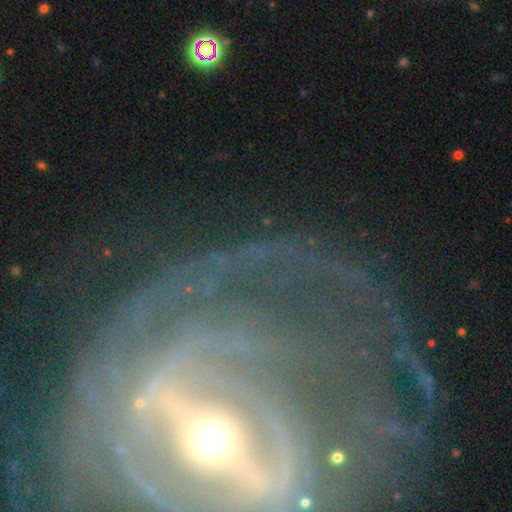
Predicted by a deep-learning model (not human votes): A featured or disk galaxy (86%) with a strong bar (65%), tight (65%) spiral arms (88%) and a moderate central bulge (53%). Merging: none (67%).